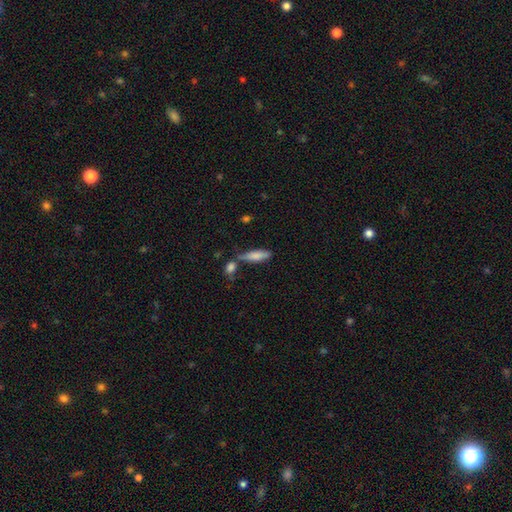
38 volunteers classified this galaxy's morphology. This is clearly a smooth galaxy (92%). How rounded: likely cigar-shaped (69%). Merging: possibly none (54%).